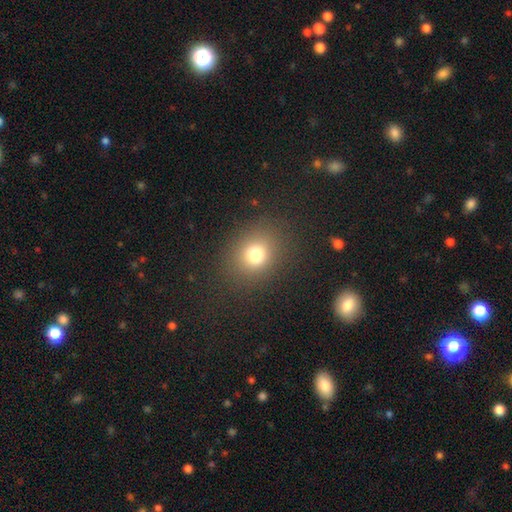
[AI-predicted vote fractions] The model was most divided on "how rounded": round: 67%, in between: 32%, cigar-shaped: 1%. More confident: merging — none (86%); smooth or featured — smooth (75%).